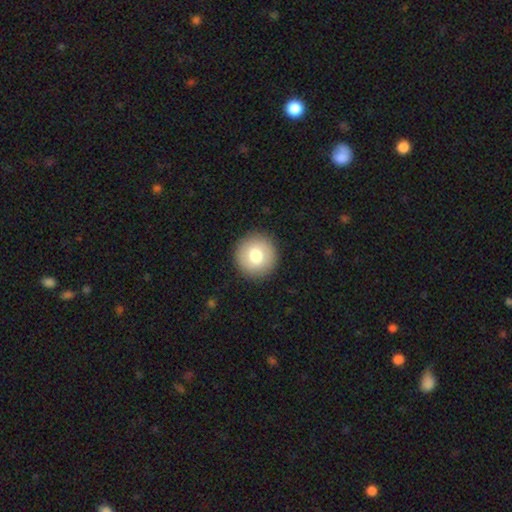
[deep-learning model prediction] Smooth or featured?
  - smooth: 79% *
  - featured or disk: 13%
  - star or artifact: 8%
How rounded?
  - round: 95% *
  - in between: 4%
  - cigar-shaped: 1%
Merging?
  - none: 92% *
  - minor disturbance: 5%
  - major disturbance: 2%
  - merger: 1%